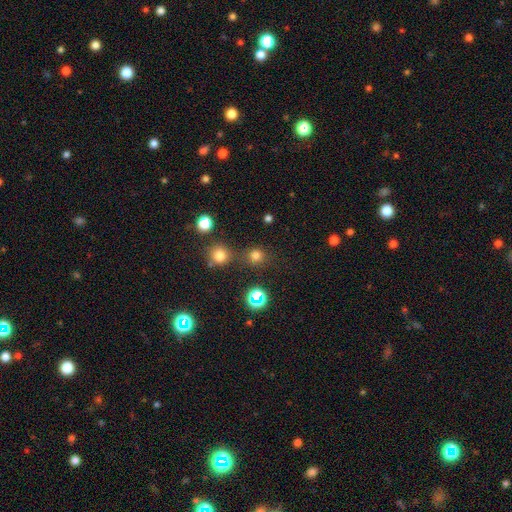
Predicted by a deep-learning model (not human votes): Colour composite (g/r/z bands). It shows a smooth galaxy with no disk features (71%) that is round (89%). Merging: none (75%).